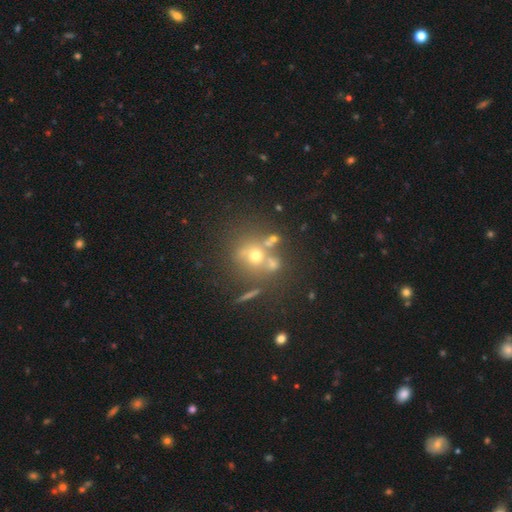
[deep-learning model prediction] Smooth or featured?
  - smooth: 48% *
  - featured or disk: 27%
  - star or artifact: 25%
Merging?
  - none: 54% *
  - merger: 27%
  - minor disturbance: 12%
  - major disturbance: 7%